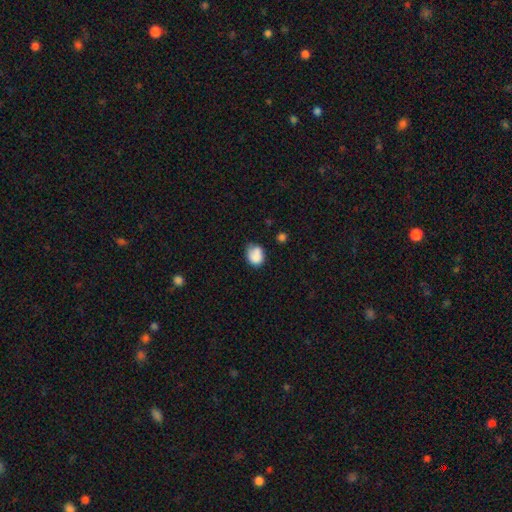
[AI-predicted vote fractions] The model was most divided on "how rounded": round: 53%, in between: 46%, cigar-shaped: 1%. More confident: smooth or featured — smooth (82%); merging — none (54%).